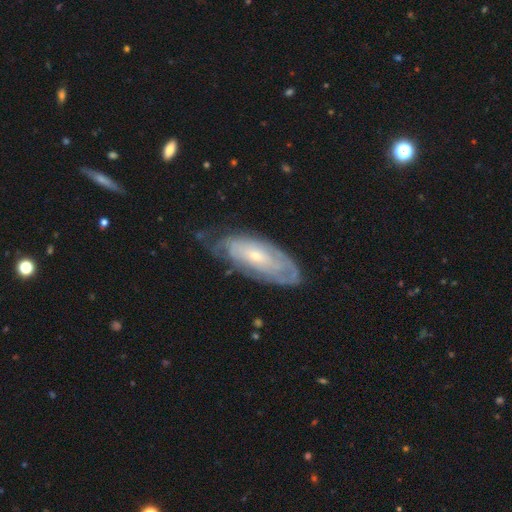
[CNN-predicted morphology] type=featured or disk (72%); edge-on=no (88%); bar=no (74%); spiral arms=yes (79%); bulge=small (71%); merging=none (61%).